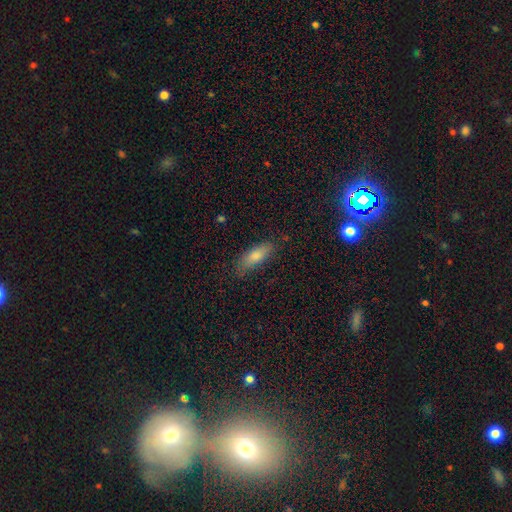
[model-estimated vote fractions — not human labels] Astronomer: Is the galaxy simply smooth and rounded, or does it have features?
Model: smooth — 74%.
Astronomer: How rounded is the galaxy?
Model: in between — 57% (runner-up: cigar-shaped, 40%).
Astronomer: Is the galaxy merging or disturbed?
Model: none — 78%.